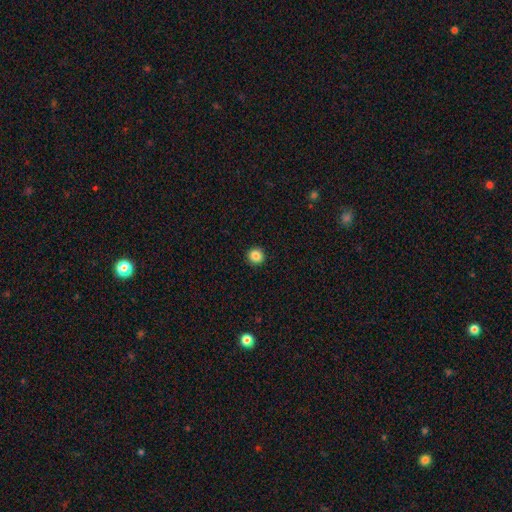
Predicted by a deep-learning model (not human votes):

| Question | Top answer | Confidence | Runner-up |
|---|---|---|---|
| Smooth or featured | smooth | 86% | star or artifact (10%) |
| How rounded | round | 94% | in between (5%) |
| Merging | none | 93% | minor disturbance (4%) |